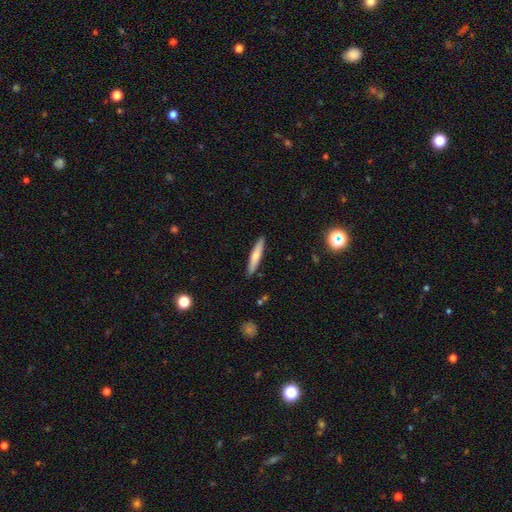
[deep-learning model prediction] Overall: smooth (63%; featured or disk 31%). How rounded: cigar-shaped (91%). Merging: none (90%).